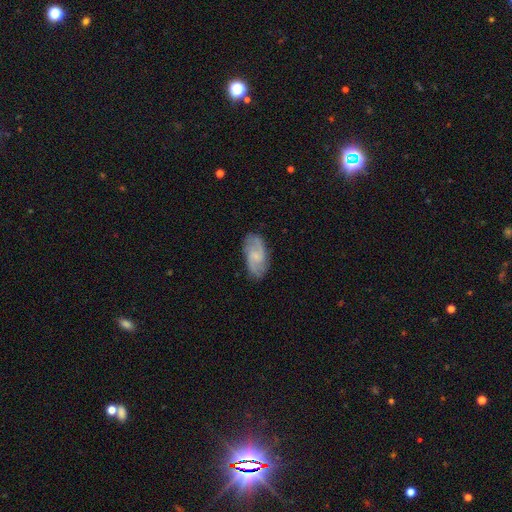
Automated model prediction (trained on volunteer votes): Smooth or featured: featured or disk — 66% (smooth — 28%)
Edge-on disk: no — 96% (yes — 4%)
Bar: no — 51% (weak — 43%)
Spiral arms: yes — 93% (no — 7%)
Spiral winding: medium — 47% (loose — 29%)
Spiral arm count: 2 — 69% (can't tell — 14%)
Bulge size: small — 53% (none — 24%)
Merging: none — 80% (minor disturbance — 15%)